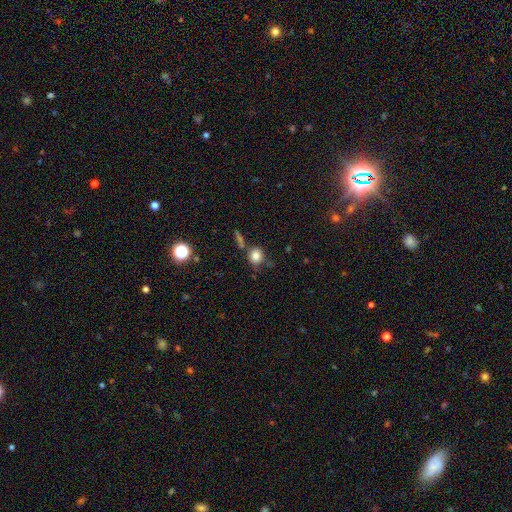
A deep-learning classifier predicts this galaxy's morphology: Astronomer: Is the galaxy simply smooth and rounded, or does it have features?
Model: smooth — 81%.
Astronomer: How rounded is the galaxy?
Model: round — 83%.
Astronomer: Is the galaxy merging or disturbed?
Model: none — 67%.